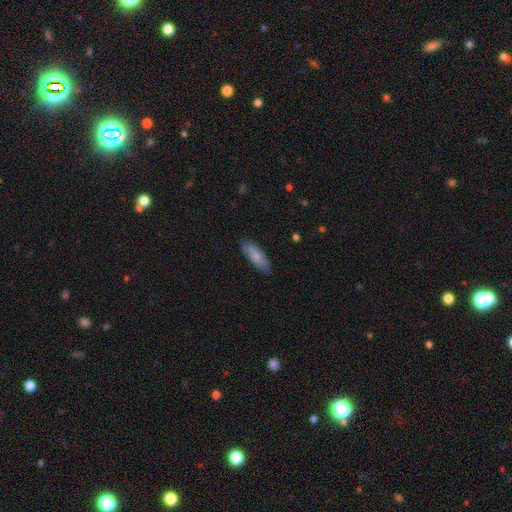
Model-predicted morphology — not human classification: Smooth or featured?
  - smooth: 79% *
  - featured or disk: 15%
  - star or artifact: 5%
How rounded?
  - in between: 61% *
  - cigar-shaped: 37%
  - round: 2%
Merging?
  - none: 84% *
  - minor disturbance: 13%
  - major disturbance: 2%
  - merger: 1%